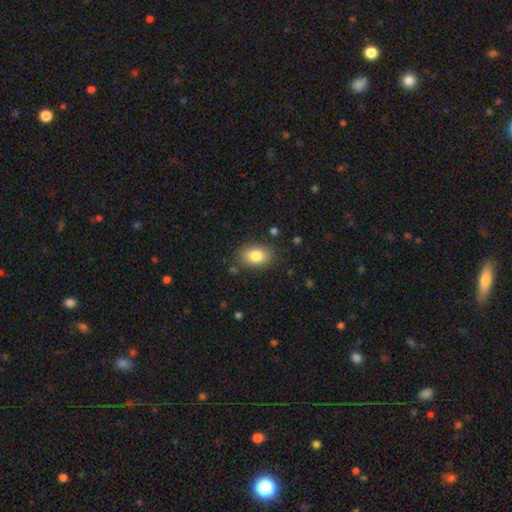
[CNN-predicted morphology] smooth_or_featured: smooth (p=0.84) [alt: featured or disk p=0.08]
how_rounded: in between (p=0.81) [alt: round p=0.18]
merging: none (p=0.82) [alt: minor disturbance p=0.12]